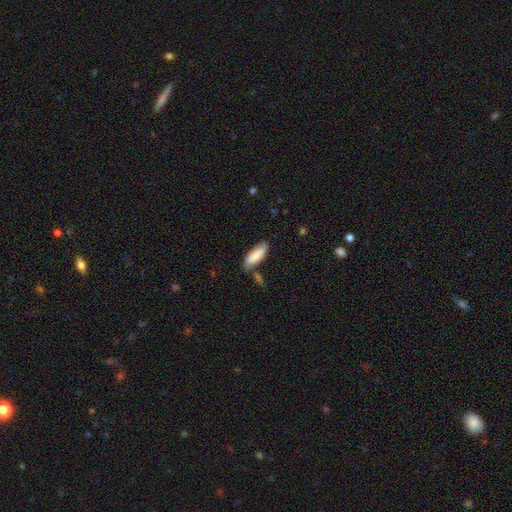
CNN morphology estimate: smooth_or_featured: smooth (p=0.77) [alt: featured or disk p=0.17]
how_rounded: in between (p=0.70) [alt: cigar-shaped p=0.29]
merging: none (p=0.66) [alt: minor disturbance p=0.20]